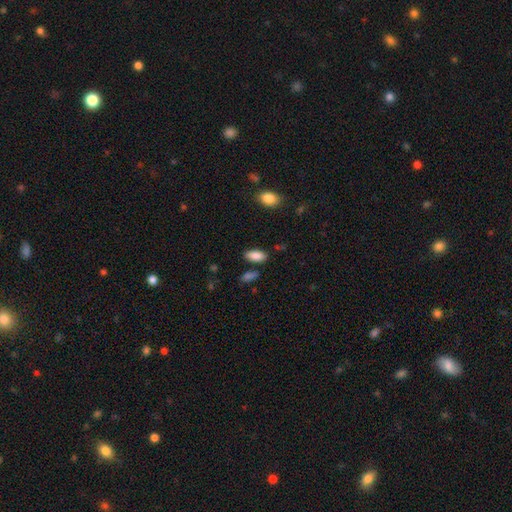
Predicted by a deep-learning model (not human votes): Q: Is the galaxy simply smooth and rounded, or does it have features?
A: smooth — 87%.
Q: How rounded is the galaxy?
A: in between — 88%.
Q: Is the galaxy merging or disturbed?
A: none — 81%.